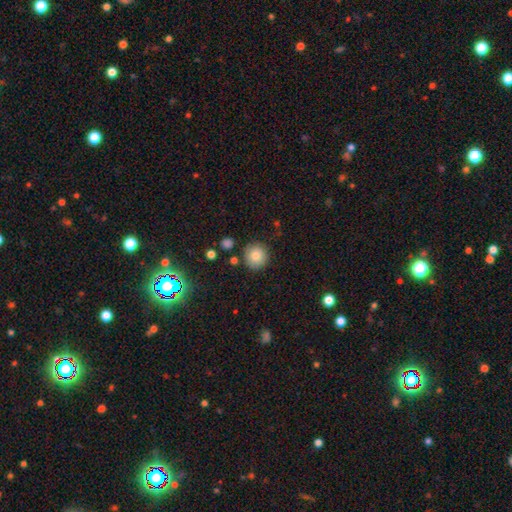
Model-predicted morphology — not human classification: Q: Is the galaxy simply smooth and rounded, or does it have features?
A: smooth — 81%.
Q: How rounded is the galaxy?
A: round — 93%.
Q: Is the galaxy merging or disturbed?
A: none — 86%.